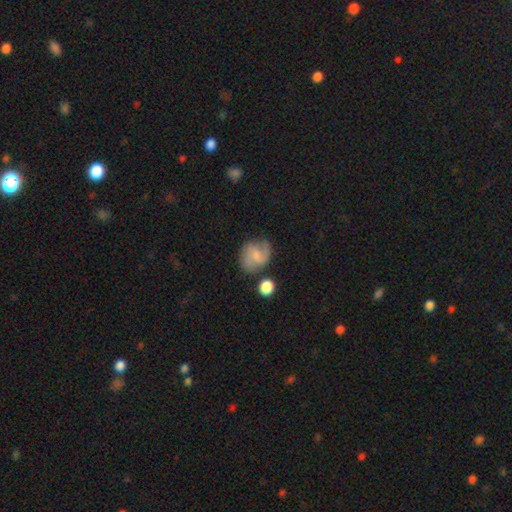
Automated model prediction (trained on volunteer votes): smooth-or-featured: featured or disk: 57% | smooth: 35% | star or artifact: 8%
  disk-edge-on: no: 98% | yes: 2%
    bar: no: 47% | weak: 45% | strong: 8%
    has-spiral-arms: yes: 90% | no: 10%
      spiral-winding: medium: 49% | loose: 30% | tight: 21%
      spiral-arm-count: 2: 78% | can't tell: 10% | 1: 5% | 3: 4% | 4: 2% | more than 4: 1%
    bulge-size: small: 44% | none: 26% | moderate: 24% | large: 4% | dominant: 2%
  merging: none: 65% | minor disturbance: 21% | major disturbance: 8% | merger: 6%